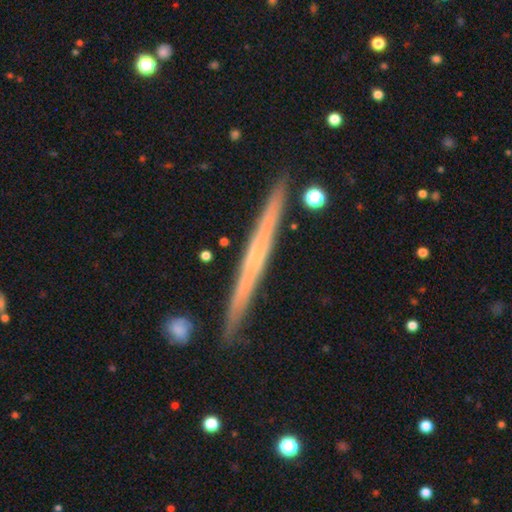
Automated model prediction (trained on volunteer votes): smooth_or_featured: featured or disk (p=0.65) [alt: smooth p=0.28]
disk_edge_on: yes (p=0.97) [alt: no p=0.03]
edge_on_bulge: none (p=0.79) [alt: rounded p=0.16]
merging: none (p=0.89) [alt: minor disturbance p=0.08]